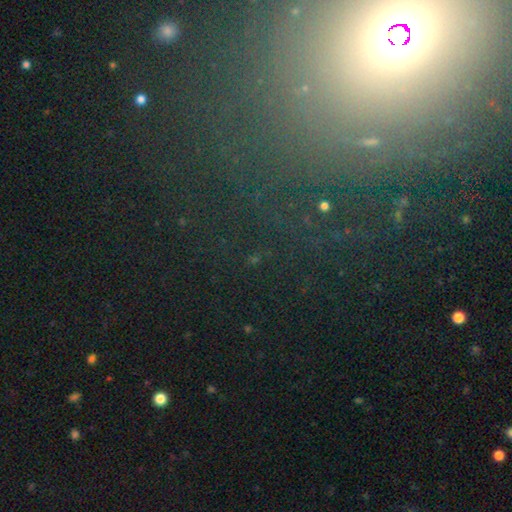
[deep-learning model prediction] Morphology: type=star or artifact (65%).